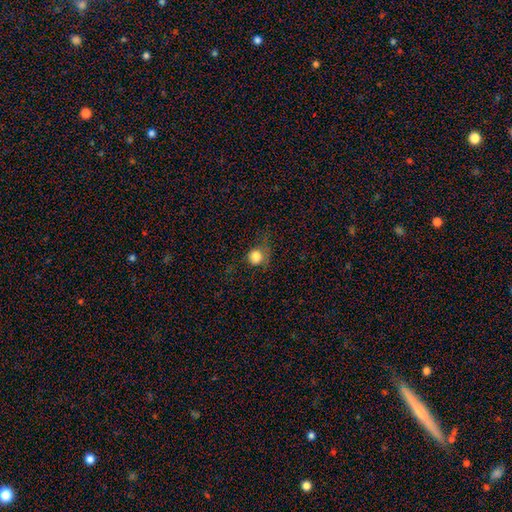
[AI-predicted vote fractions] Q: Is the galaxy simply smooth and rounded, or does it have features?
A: smooth — 77%.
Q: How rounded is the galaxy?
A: round — 84%.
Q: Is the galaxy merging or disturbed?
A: none — 52%.